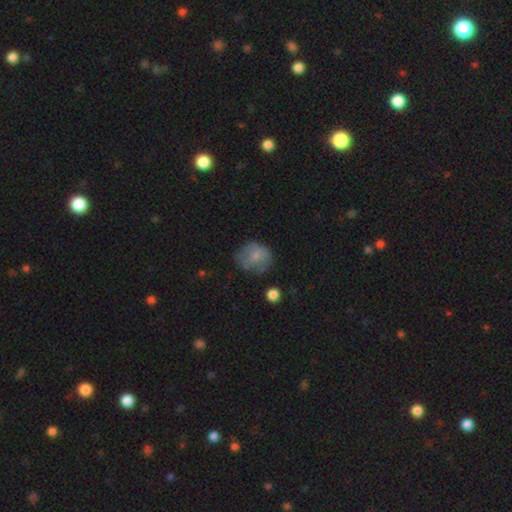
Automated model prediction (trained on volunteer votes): smooth-or-featured: smooth: 70% | featured or disk: 21% | star or artifact: 9%
  how-rounded: round: 72% | in between: 27% | cigar-shaped: 1%
  merging: none: 56% | minor disturbance: 28% | major disturbance: 13% | merger: 3%